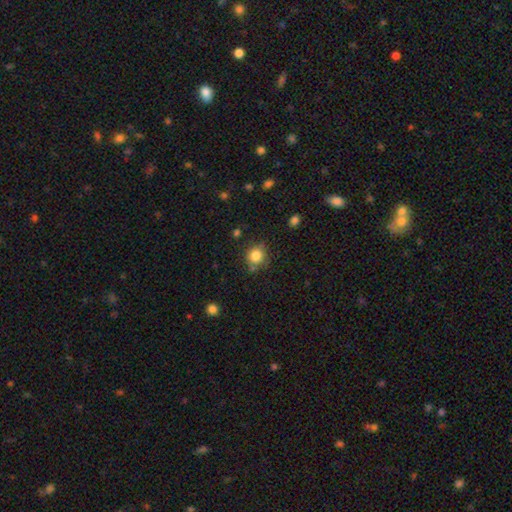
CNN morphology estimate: Overall: smooth (83%). How rounded: round (87%). Merging: none (75%).